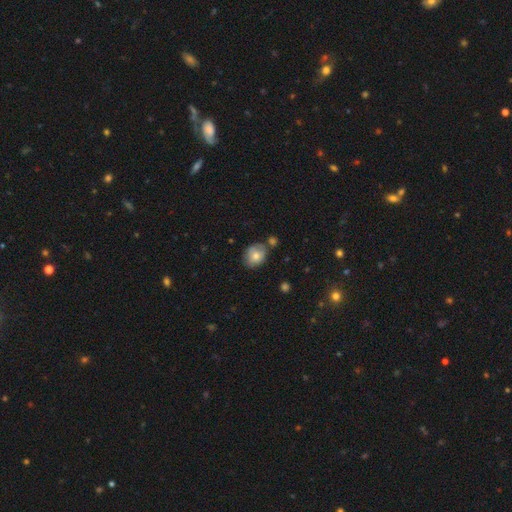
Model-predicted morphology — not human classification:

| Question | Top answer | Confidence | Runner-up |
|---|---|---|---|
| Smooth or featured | smooth | 74% | featured or disk (18%) |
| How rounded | round | 51% | in between (48%) |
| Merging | none | 61% | minor disturbance (21%) |